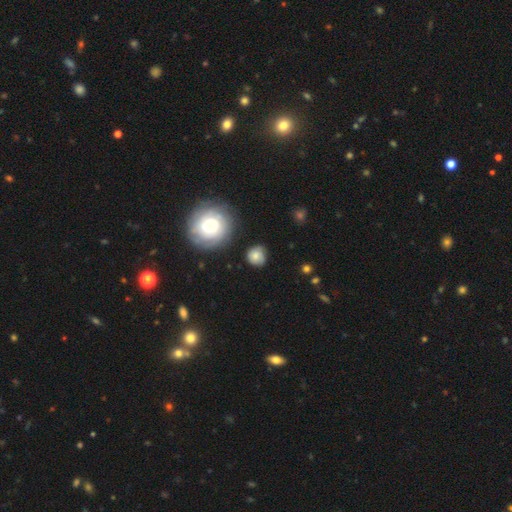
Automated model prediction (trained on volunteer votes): Smooth or featured? smooth (69%)
How rounded? round (88%)
Merging? none (75%)